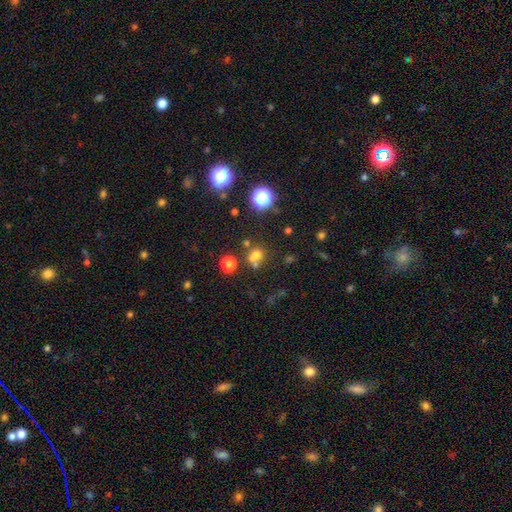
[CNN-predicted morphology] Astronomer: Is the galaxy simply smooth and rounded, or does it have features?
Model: smooth — 65%.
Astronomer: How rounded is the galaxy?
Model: round — 74%.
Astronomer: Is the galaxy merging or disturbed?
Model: none — 51% (runner-up: merger, 31%).